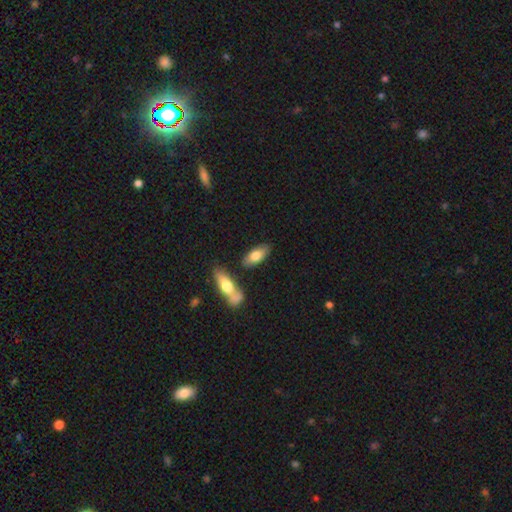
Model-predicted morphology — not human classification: smooth_or_featured: smooth (p=0.73) [alt: featured or disk p=0.21]
how_rounded: in between (p=0.83) [alt: cigar-shaped p=0.15]
merging: none (p=0.74) [alt: minor disturbance p=0.12]